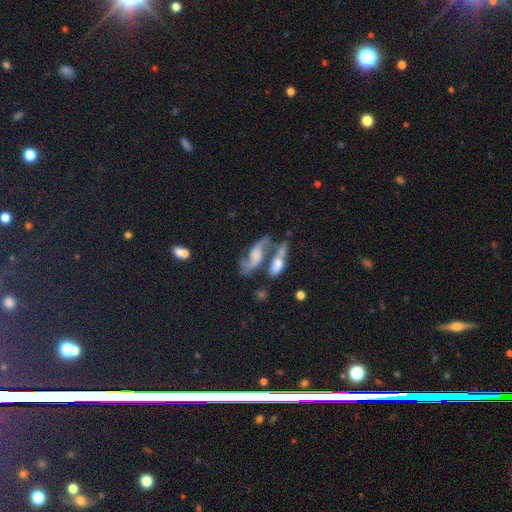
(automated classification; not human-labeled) The model was most divided on "bulge size": none: 29%, moderate: 28%, small: 23%, large: 18%, dominant: 3%. Remaining: spiral arms — yes (92%); edge-on disk — no (89%); spiral arm count — 2 (89%); smooth or featured — featured or disk (74%); spiral winding — loose (67%); bar — no (55%); merging — merger (41%).